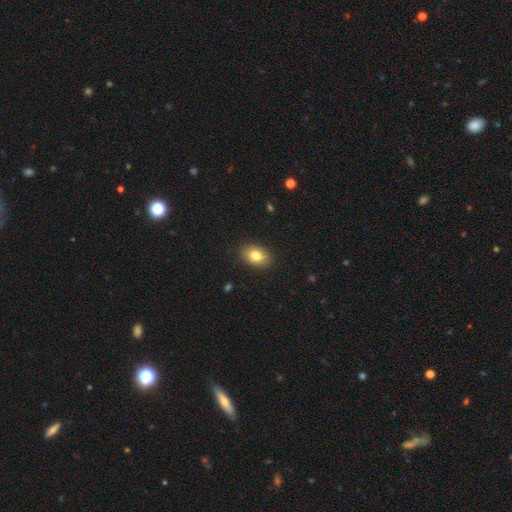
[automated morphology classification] Smooth or featured?
  - smooth: 82% *
  - featured or disk: 10%
  - star or artifact: 9%
How rounded?
  - in between: 80% *
  - round: 18%
  - cigar-shaped: 1%
Merging?
  - none: 89% *
  - minor disturbance: 8%
  - major disturbance: 2%
  - merger: 1%